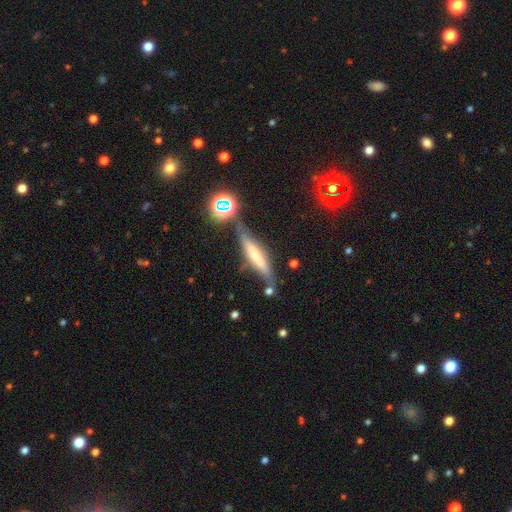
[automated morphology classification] smooth-or-featured: smooth: 48% | featured or disk: 41% | star or artifact: 12%
  merging: none: 67% | minor disturbance: 17% | merger: 10% | major disturbance: 6%